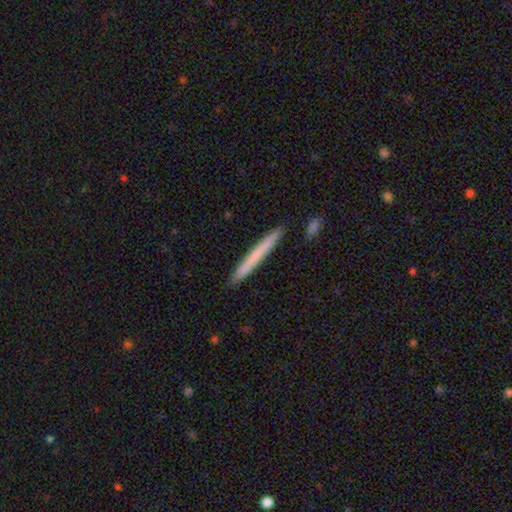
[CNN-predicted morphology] smooth_or_featured: smooth (p=0.67) [alt: featured or disk p=0.28]
how_rounded: cigar-shaped (p=0.97) [alt: in between p=0.02]
merging: none (p=0.91) [alt: minor disturbance p=0.06]